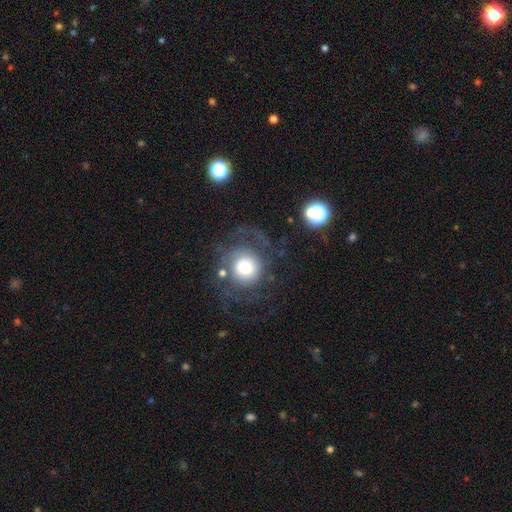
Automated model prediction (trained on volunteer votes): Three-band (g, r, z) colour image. It shows a featured or disk galaxy (54%) with no bar (81%), spiral arms (74%) and a large central bulge (45%). Merging: none (70%).